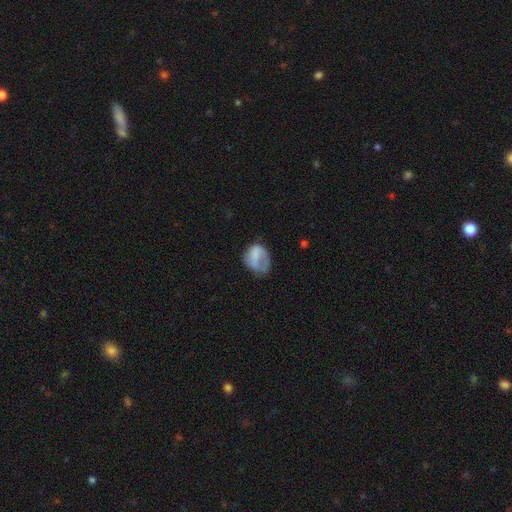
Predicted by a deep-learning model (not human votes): smooth 67%, featured or disk 25%, star or artifact 8%. Down the decision tree: how rounded — in between (60%); merging — none (37%).